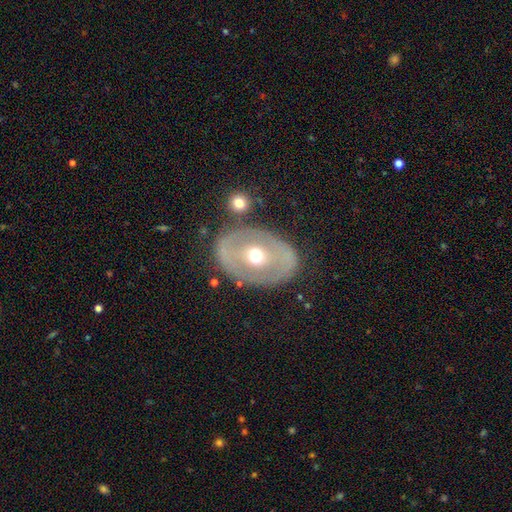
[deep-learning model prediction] A featured or disk galaxy (63%) with no bar (67%), no spiral arms (78%) and a moderate central bulge (76%).

Vote fractions:
- Smooth or featured? featured or disk: 63% / smooth: 32% / star or artifact: 6%
- Edge-on disk? no: 91% / yes: 9%
- Bar? no: 67% / weak: 21% / strong: 12%
- Spiral arms? no: 78% / yes: 22%
- Bulge size? moderate: 76% / small: 11% / large: 10% / dominant: 1% / none: 1%
- Merging? none: 78% / minor disturbance: 12% / major disturbance: 6% / merger: 4%